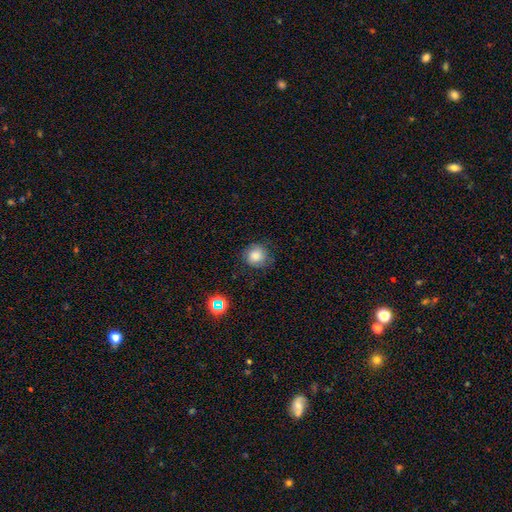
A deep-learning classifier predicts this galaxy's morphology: Overall: smooth (77%). How rounded: round (90%). Merging: none (78%).